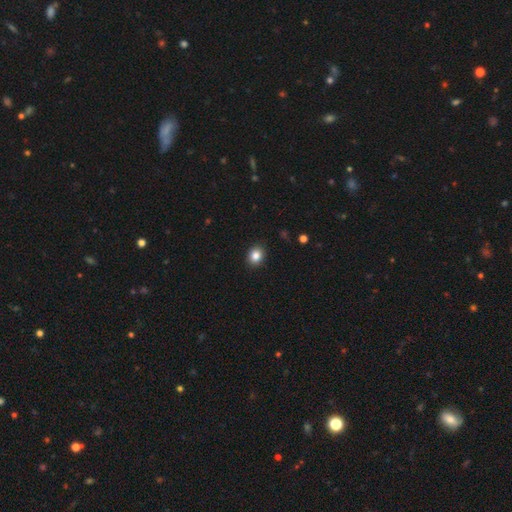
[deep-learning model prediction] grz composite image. It shows a smooth galaxy with no disk features (85%) that is round (60%). Merging: none (91%).